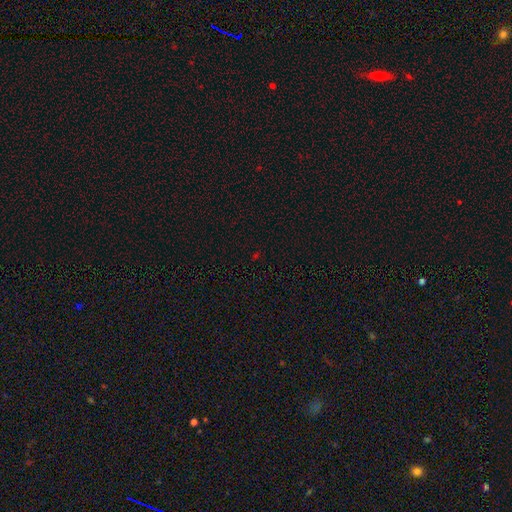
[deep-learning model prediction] Smooth or featured? star or artifact (65%)